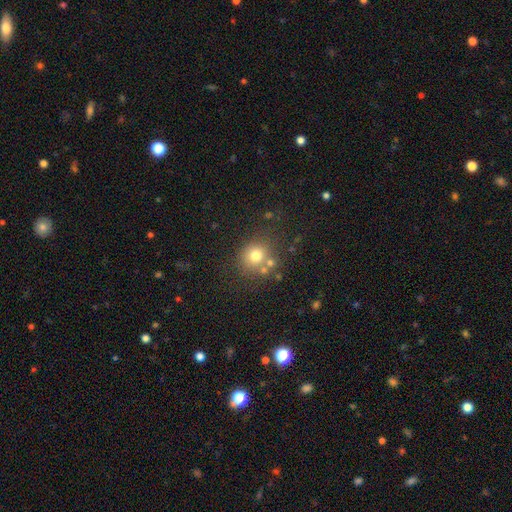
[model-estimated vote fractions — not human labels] smooth-or-featured: smooth: 73% | star or artifact: 15% | featured or disk: 12%
  how-rounded: round: 83% | in between: 16% | cigar-shaped: 1%
  merging: none: 66% | merger: 17% | minor disturbance: 12% | major disturbance: 5%